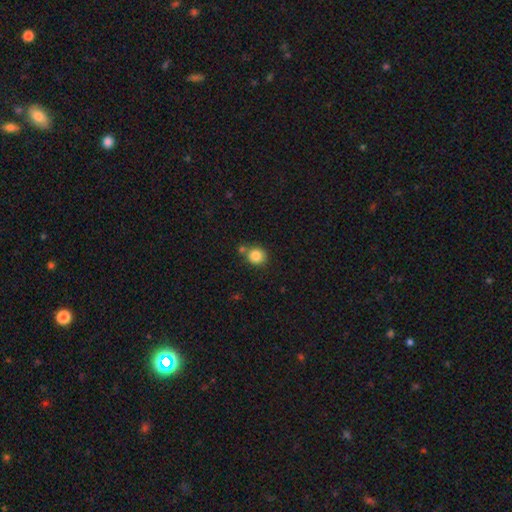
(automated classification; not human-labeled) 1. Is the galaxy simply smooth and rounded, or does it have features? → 85% smooth, 10% star or artifact, 5% featured or disk.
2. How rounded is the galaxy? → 88% round, 11% in between, 1% cigar-shaped.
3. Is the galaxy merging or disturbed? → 67% none, 18% merger, 11% minor disturbance, 3% major disturbance.